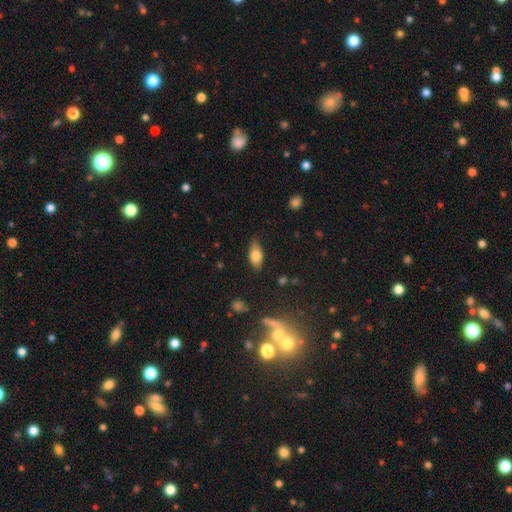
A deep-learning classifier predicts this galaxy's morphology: Overall: smooth (74%). How rounded: in between (86%). Merging: none (74%).